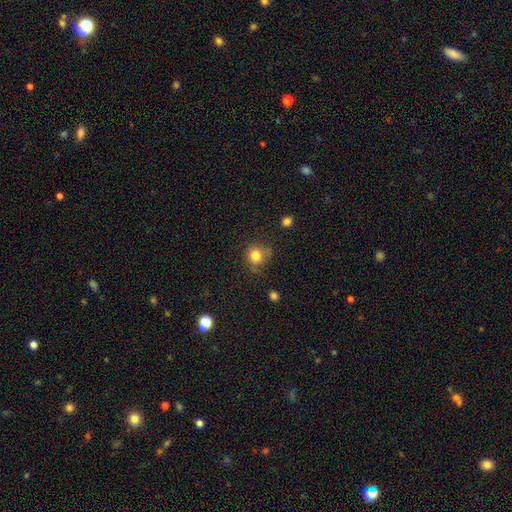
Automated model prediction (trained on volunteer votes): The model was most divided on "merging": none: 68%, minor disturbance: 22%, major disturbance: 6%, merger: 5%. More confident: how rounded — round (87%); smooth or featured — smooth (81%).